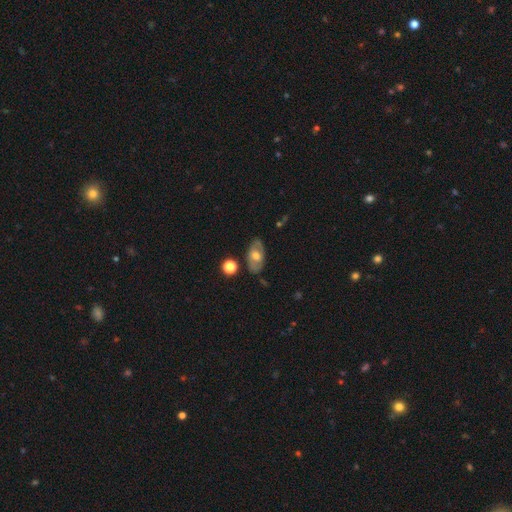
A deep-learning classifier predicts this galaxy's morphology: This appears to be a featured or disk galaxy (48%). Merging: none (80%).